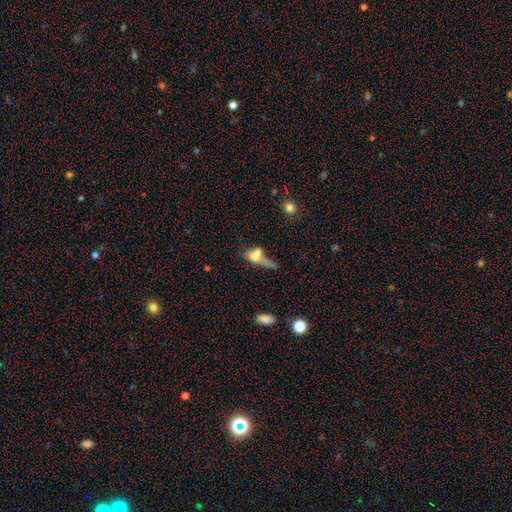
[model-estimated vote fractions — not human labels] Smooth or featured?
  - smooth: 55% *
  - featured or disk: 32%
  - star or artifact: 13%
How rounded?
  - in between: 57% *
  - cigar-shaped: 26%
  - round: 17%
Merging?
  - merger: 43% *
  - major disturbance: 23%
  - none: 21%
  - minor disturbance: 14%